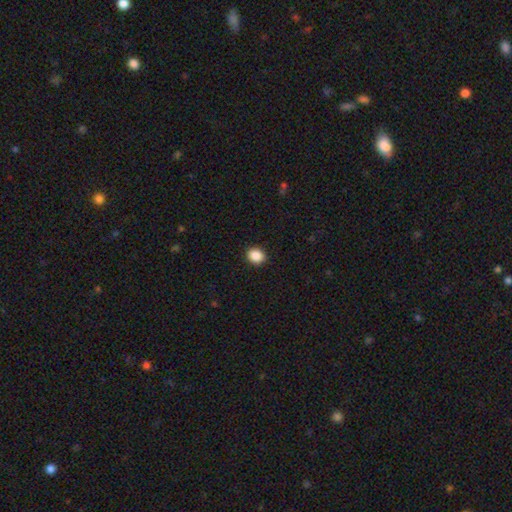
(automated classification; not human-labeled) This is clearly a smooth galaxy (88%). How rounded: likely round (68%). Merging: clearly none (92%).